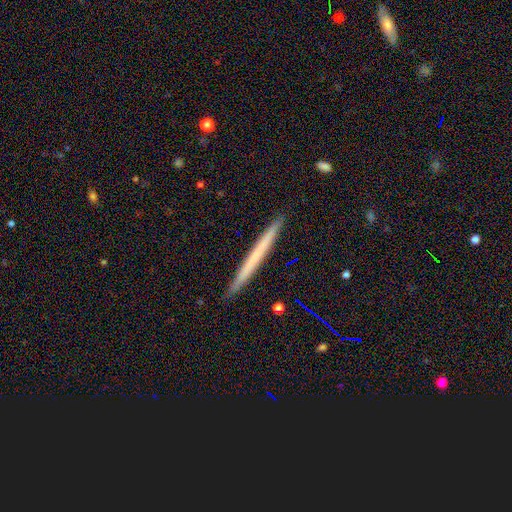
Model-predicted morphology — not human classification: Smooth or featured? Predicted: smooth (p=0.51). How rounded? Predicted: cigar-shaped (p=0.97). Merging? Predicted: none (p=0.92).